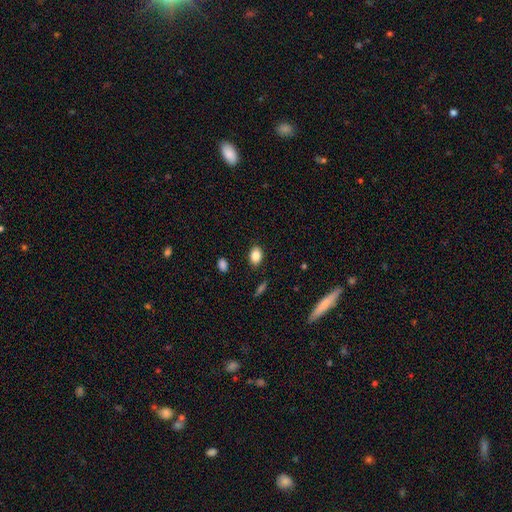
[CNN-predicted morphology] This is clearly a smooth galaxy (85%). How rounded: likely in between (78%). Merging: clearly none (86%).